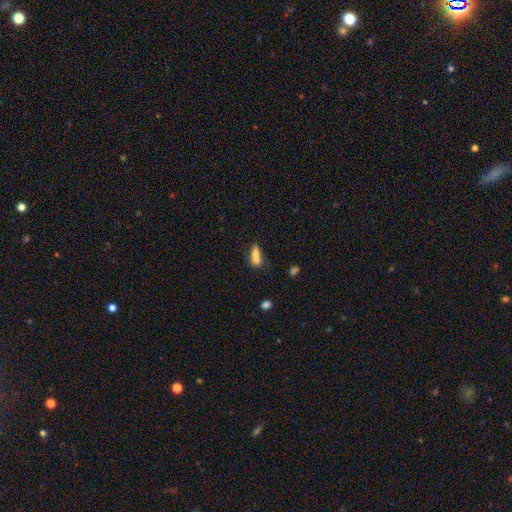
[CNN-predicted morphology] Smooth or featured? smooth (69%)
How rounded? in between (66%)
Merging? merger (58%)